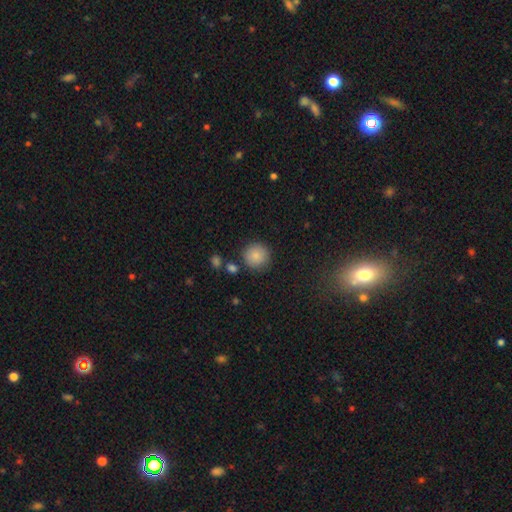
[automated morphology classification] type=smooth (86%); roundness=round (94%); merging=none (84%).